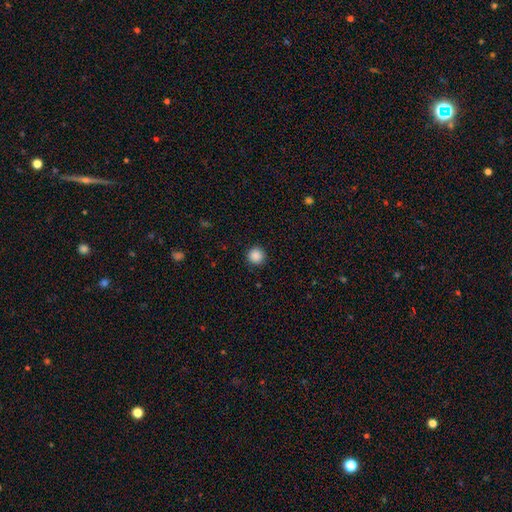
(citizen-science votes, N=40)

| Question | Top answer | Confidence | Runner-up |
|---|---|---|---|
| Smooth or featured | smooth | 90% | featured or disk (5%) |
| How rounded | round | 89% | in between (11%) |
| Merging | none | 89% | minor disturbance (8%) |